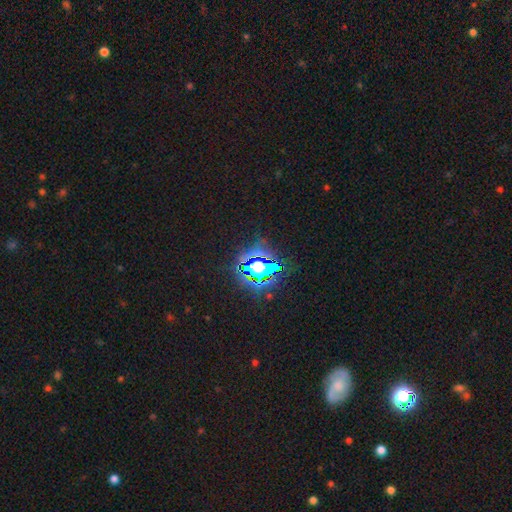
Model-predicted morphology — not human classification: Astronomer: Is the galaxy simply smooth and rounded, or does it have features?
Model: star or artifact — 81%.